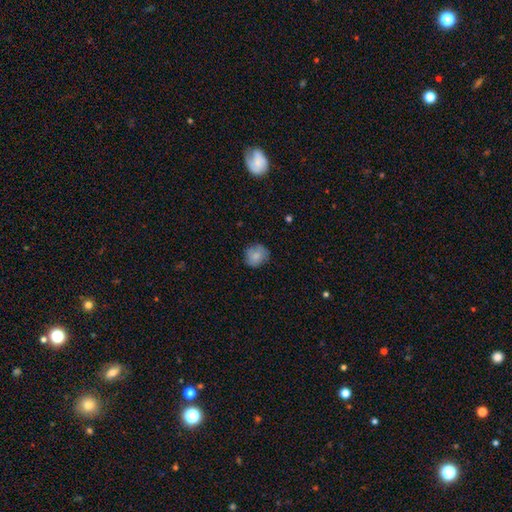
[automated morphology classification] A smooth galaxy with no disk features (80%) that is round (82%). Merging: none (77%).